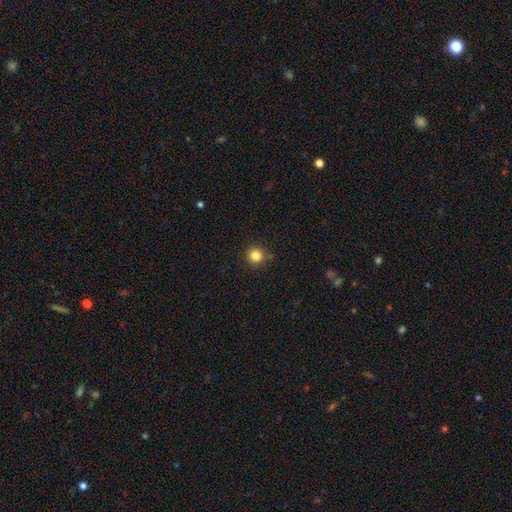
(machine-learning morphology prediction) This is clearly a smooth galaxy (83%). How rounded: clearly round (95%). Merging: clearly none (88%).